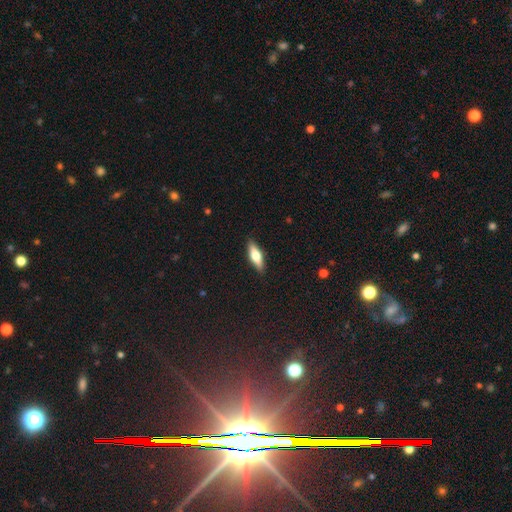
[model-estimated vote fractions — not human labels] A smooth galaxy with no disk features (57%) that is in between round and cigar-shaped (49%). Merging: none (88%).